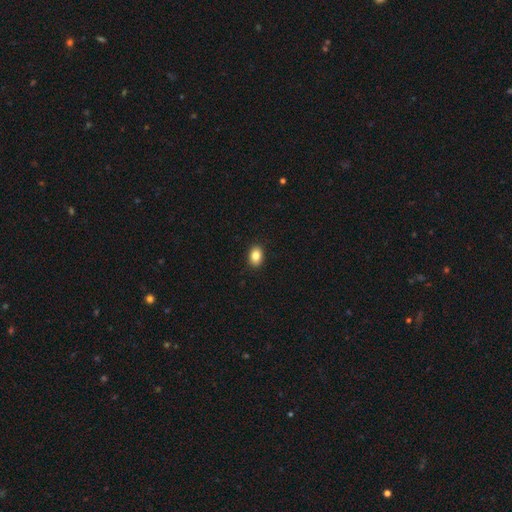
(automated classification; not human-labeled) Morphology: type=smooth (86%); roundness=in between (78%); merging=none (90%).